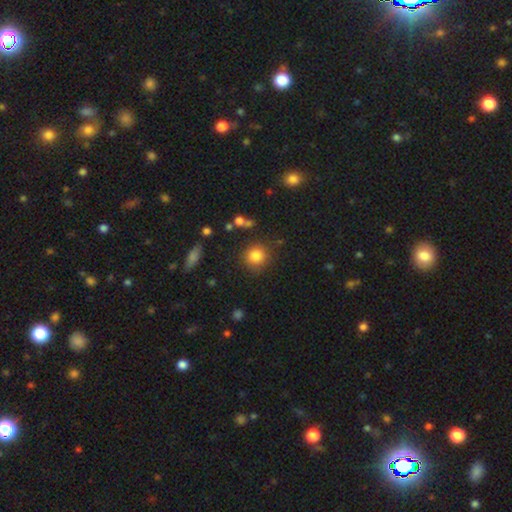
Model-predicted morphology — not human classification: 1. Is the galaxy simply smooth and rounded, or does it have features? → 83% smooth, 11% star or artifact, 6% featured or disk.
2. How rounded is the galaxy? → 89% round, 10% in between, 1% cigar-shaped.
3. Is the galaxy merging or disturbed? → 82% none, 11% minor disturbance, 4% merger, 4% major disturbance.